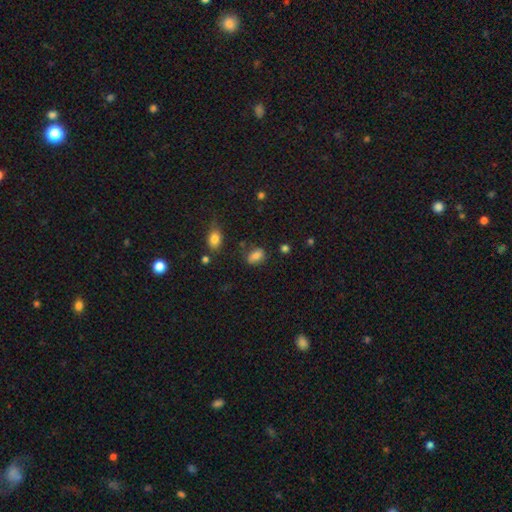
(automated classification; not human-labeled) smooth-or-featured: smooth: 78% | featured or disk: 12% | star or artifact: 10%
  how-rounded: in between: 81% | round: 17% | cigar-shaped: 2%
  merging: none: 75% | minor disturbance: 17% | major disturbance: 5% | merger: 3%